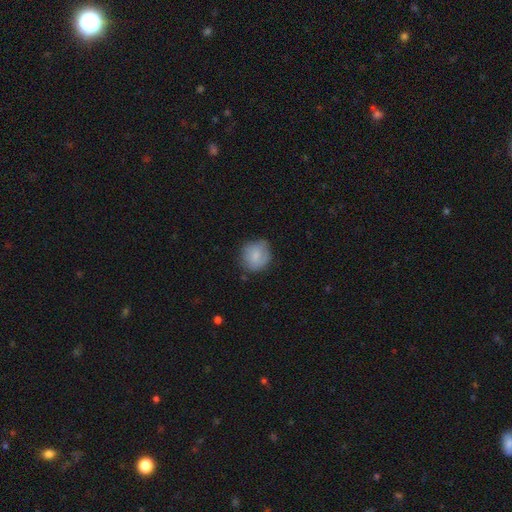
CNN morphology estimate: type=smooth (79%); roundness=round (80%); merging=none (67%).